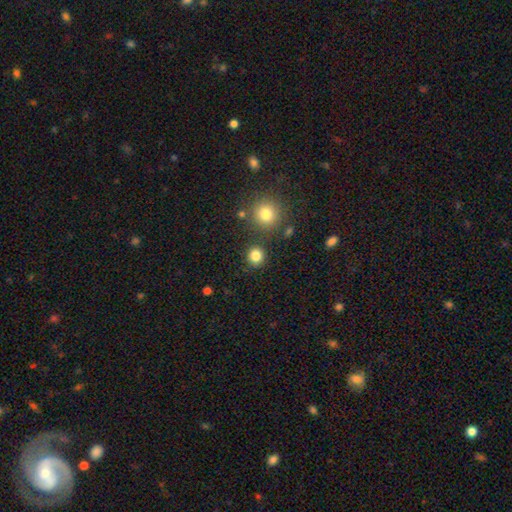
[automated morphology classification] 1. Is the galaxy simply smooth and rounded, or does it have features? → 83% smooth, 13% star or artifact, 4% featured or disk.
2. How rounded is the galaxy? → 88% round, 11% in between, 1% cigar-shaped.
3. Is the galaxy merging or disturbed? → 85% none, 7% minor disturbance, 5% merger, 3% major disturbance.